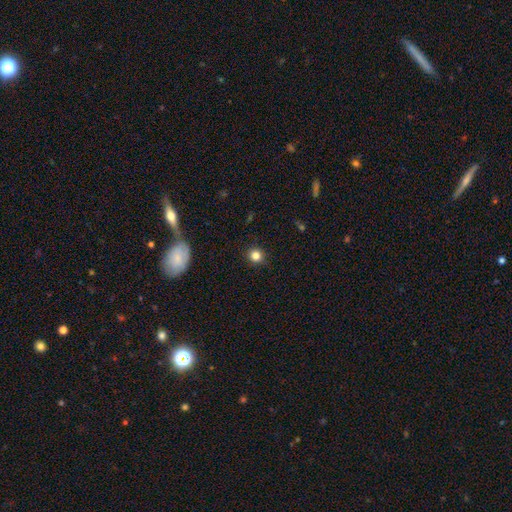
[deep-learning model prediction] Smooth or featured?
  - smooth: 82% *
  - star or artifact: 12%
  - featured or disk: 6%
How rounded?
  - round: 92% *
  - in between: 7%
  - cigar-shaped: 1%
Merging?
  - none: 91% *
  - minor disturbance: 6%
  - major disturbance: 2%
  - merger: 1%